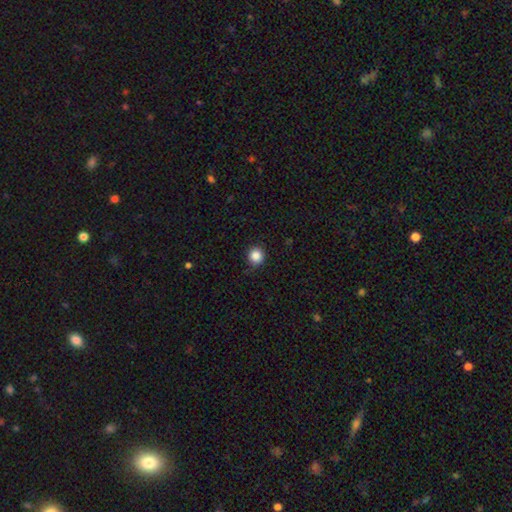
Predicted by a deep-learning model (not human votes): A smooth galaxy with no disk features (86%) that is round (91%).

Vote fractions:
- Smooth or featured? smooth: 86% / star or artifact: 11% / featured or disk: 3%
- How rounded? round: 91% / in between: 8% / cigar-shaped: 1%
- Merging? none: 86% / minor disturbance: 11% / major disturbance: 3% / merger: 1%